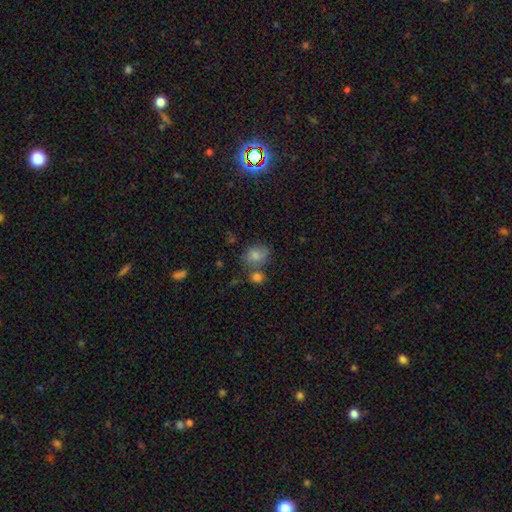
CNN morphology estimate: Q: Smooth or featured?
A: smooth (79%); runner-up: featured or disk (11%)
Q: How rounded?
A: in between (52%); runner-up: round (47%)
Q: Merging?
A: none (56%); runner-up: merger (21%)